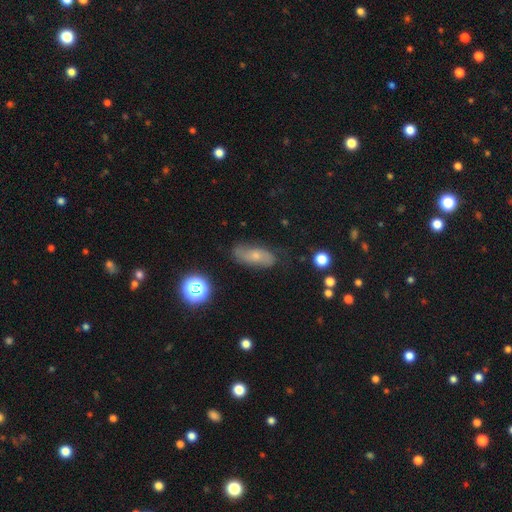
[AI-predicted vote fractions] smooth 47%, featured or disk 41%, star or artifact 12%. Down the decision tree: merging — none (71%).